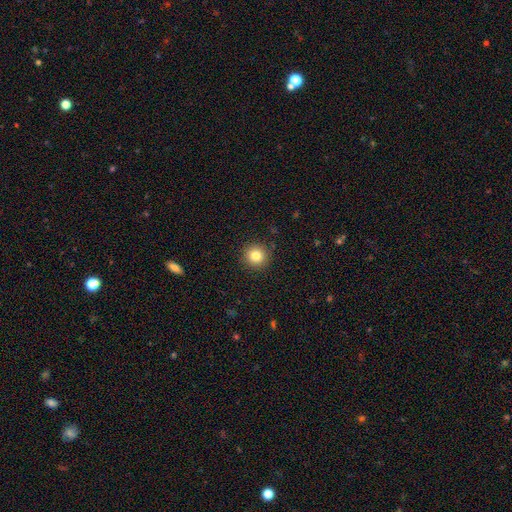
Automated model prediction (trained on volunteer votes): smooth-or-featured: smooth: 82% | star or artifact: 11% | featured or disk: 7%
  how-rounded: round: 95% | in between: 4% | cigar-shaped: 1%
  merging: none: 91% | minor disturbance: 6% | major disturbance: 2% | merger: 1%